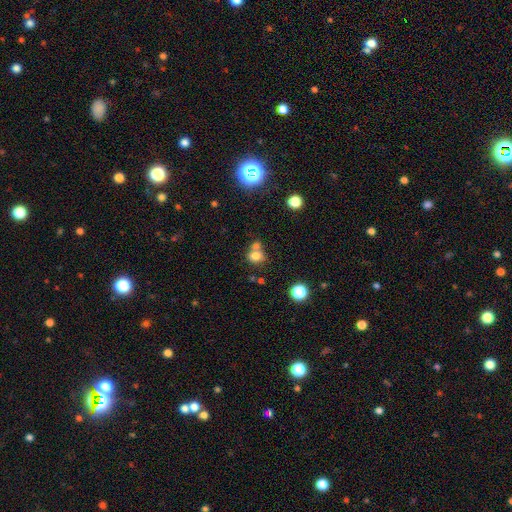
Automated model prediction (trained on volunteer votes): A smooth galaxy with no disk features (76%) that is round (65%).

Vote fractions:
- Smooth or featured? smooth: 76% / star or artifact: 13% / featured or disk: 11%
- How rounded? round: 65% / in between: 34% / cigar-shaped: 1%
- Merging? none: 46% / merger: 40% / minor disturbance: 10% / major disturbance: 4%